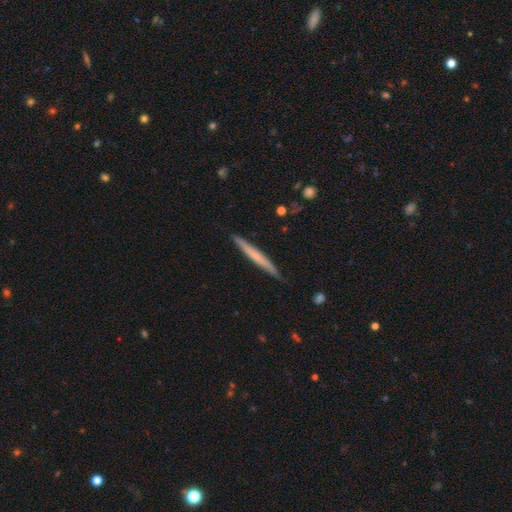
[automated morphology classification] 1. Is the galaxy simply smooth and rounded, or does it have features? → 49% smooth, 45% featured or disk, 5% star or artifact.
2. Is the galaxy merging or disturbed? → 88% none, 9% minor disturbance, 1% major disturbance, 1% merger.